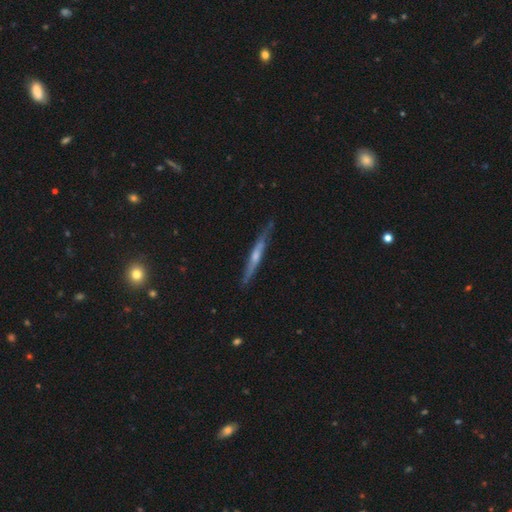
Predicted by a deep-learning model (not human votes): smooth-or-featured: featured or disk: 67% | smooth: 27% | star or artifact: 6%
  disk-edge-on: yes: 94% | no: 6%
    edge-on-bulge: rounded: 58% | none: 33% | boxy: 9%
  merging: none: 80% | minor disturbance: 16% | major disturbance: 3% | merger: 2%